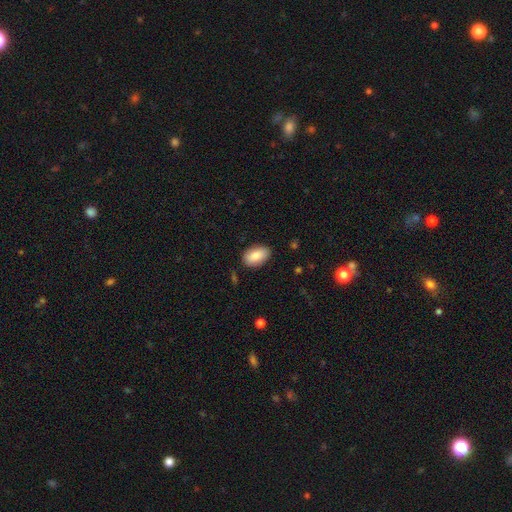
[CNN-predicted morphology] This appears to be a smooth galaxy with no disk features (84%) that is in between round and cigar-shaped (92%). Merging: none (85%).